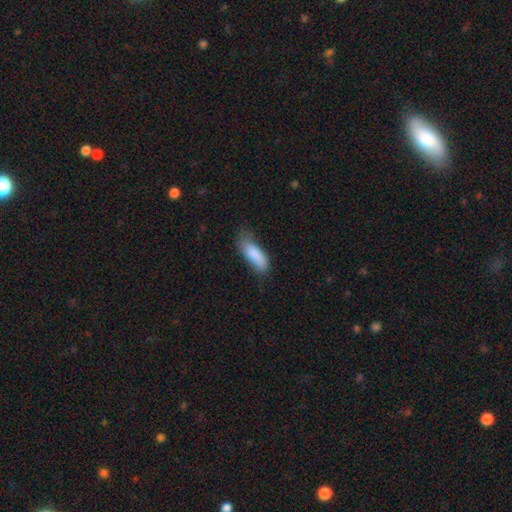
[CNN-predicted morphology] Smooth or featured? Predicted: smooth (p=0.85). How rounded? Predicted: in between (p=0.68). Merging? Predicted: none (p=0.46).